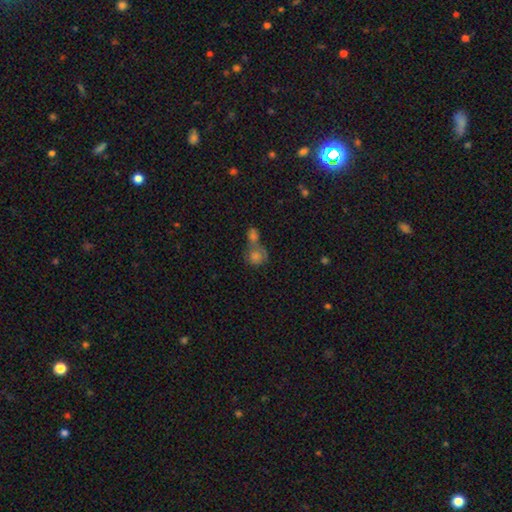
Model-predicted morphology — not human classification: type=smooth (57%); roundness=round (76%); merging=merger (47%).